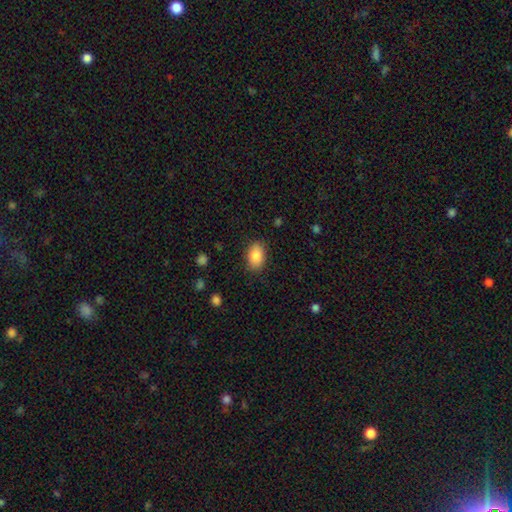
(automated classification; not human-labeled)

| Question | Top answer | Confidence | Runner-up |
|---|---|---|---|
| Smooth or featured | smooth | 86% | star or artifact (7%) |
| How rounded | in between | 85% | round (14%) |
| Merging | none | 85% | minor disturbance (11%) |